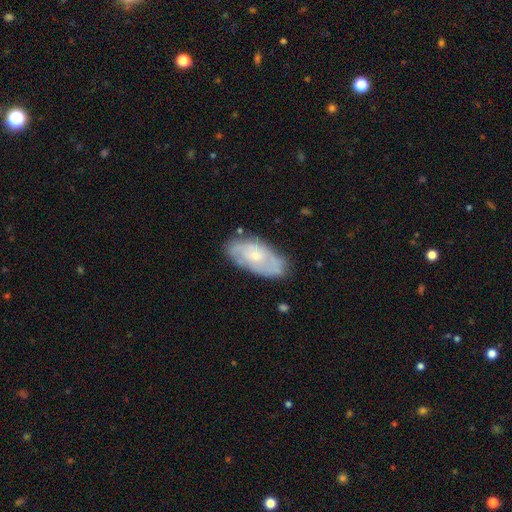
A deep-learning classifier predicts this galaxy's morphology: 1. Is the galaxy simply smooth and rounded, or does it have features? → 59% featured or disk, 34% smooth, 6% star or artifact.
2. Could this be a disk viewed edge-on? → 91% no, 9% yes.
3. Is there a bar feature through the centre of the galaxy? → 78% no, 19% weak, 3% strong.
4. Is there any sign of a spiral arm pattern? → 68% yes, 32% no.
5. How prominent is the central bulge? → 63% small, 32% moderate, 3% none, 2% large, 1% dominant.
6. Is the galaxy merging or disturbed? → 70% none, 22% minor disturbance, 5% major disturbance, 2% merger.